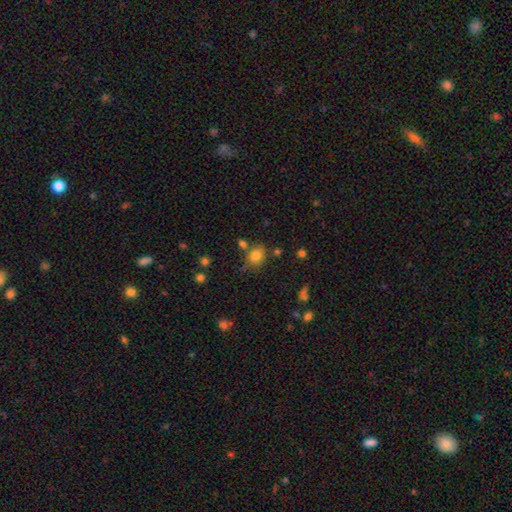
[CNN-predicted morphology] This appears to be a smooth galaxy with no disk features (80%) that is in between round and cigar-shaped (52%). Merging: none (72%).